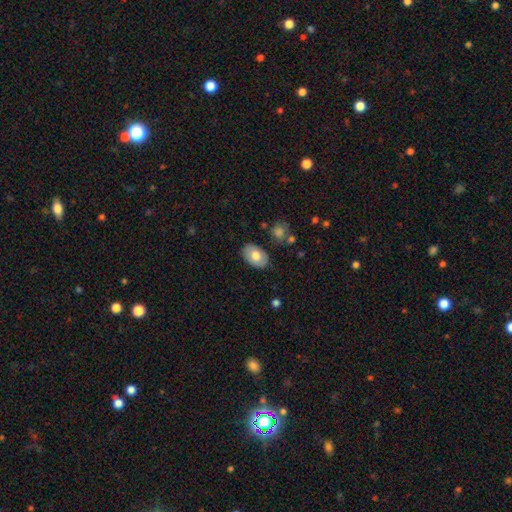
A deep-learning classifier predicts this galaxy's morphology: smooth-or-featured: smooth: 71% | featured or disk: 23% | star or artifact: 6%
  how-rounded: in between: 89% | round: 10% | cigar-shaped: 1%
  merging: none: 83% | minor disturbance: 12% | major disturbance: 3% | merger: 2%